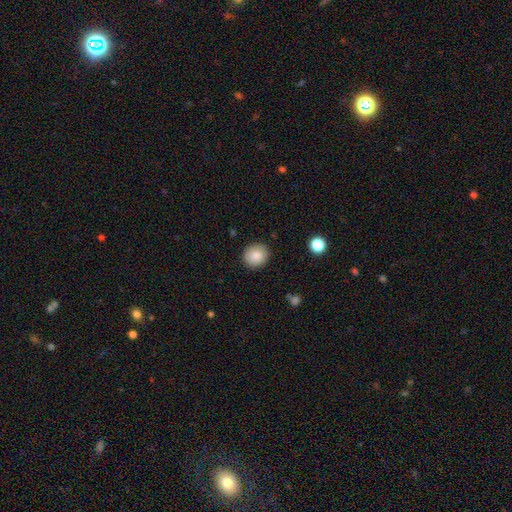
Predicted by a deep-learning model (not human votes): Q: Smooth or featured?
A: smooth (85%); runner-up: star or artifact (8%)
Q: How rounded?
A: round (84%); runner-up: in between (15%)
Q: Merging?
A: none (90%); runner-up: minor disturbance (7%)